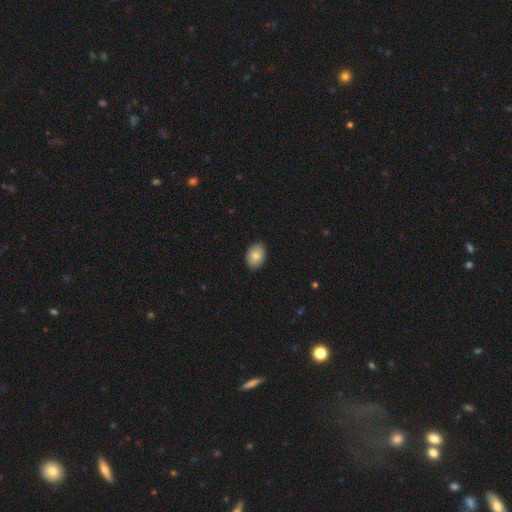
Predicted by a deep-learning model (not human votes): This appears to be a smooth galaxy with no disk features (84%) that is in between round and cigar-shaped (79%). Merging: none (88%).